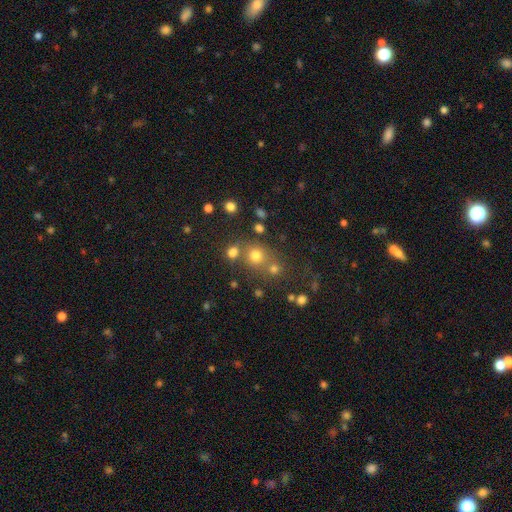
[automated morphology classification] This is likely a smooth galaxy (66%). How rounded: clearly round (85%). Merging: likely none (62%).